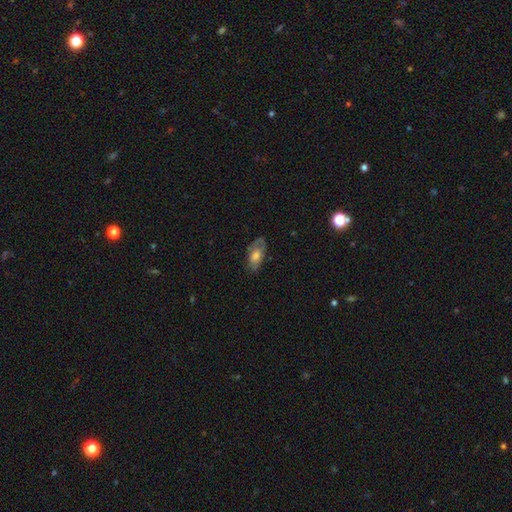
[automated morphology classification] Smooth or featured? Predicted: smooth (p=0.51). How rounded? Predicted: in between (p=0.89). Merging? Predicted: none (p=0.67).